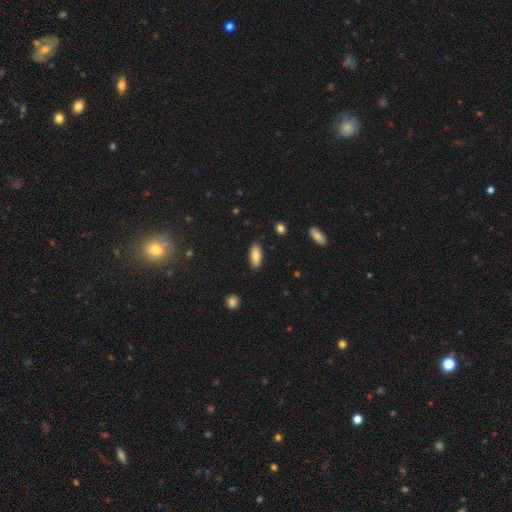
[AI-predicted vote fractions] A smooth galaxy with no disk features (83%) that is in between round and cigar-shaped (85%). Merging: none (86%).